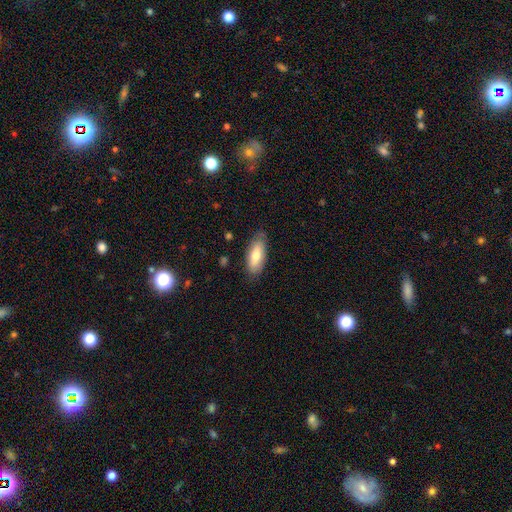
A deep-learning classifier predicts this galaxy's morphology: Smooth or featured: smooth — 72% (featured or disk — 22%)
How rounded: in between — 82% (cigar-shaped — 16%)
Merging: none — 79% (minor disturbance — 17%)